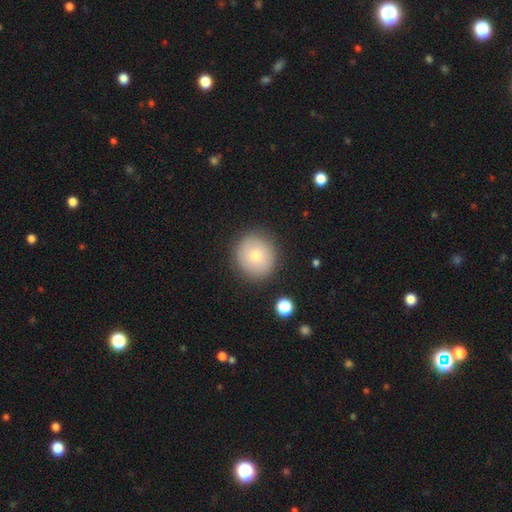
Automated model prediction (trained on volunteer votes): Smooth or featured?
  - smooth: 72% *
  - featured or disk: 19%
  - star or artifact: 8%
How rounded?
  - round: 88% *
  - in between: 11%
  - cigar-shaped: 1%
Merging?
  - none: 85% *
  - minor disturbance: 10%
  - major disturbance: 3%
  - merger: 2%